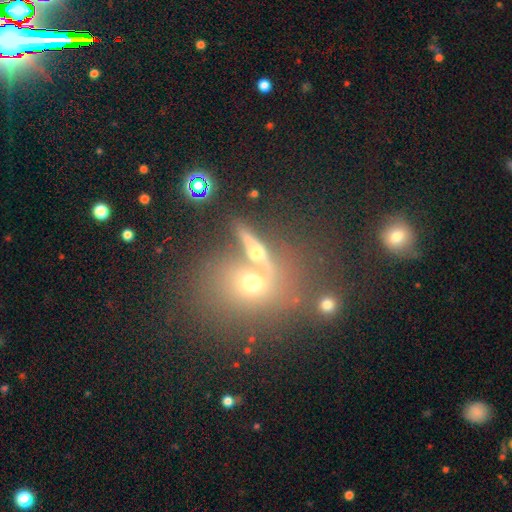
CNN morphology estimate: smooth-or-featured: smooth: 45% | featured or disk: 36% | star or artifact: 19%
  merging: none: 51% | merger: 32% | minor disturbance: 11% | major disturbance: 6%